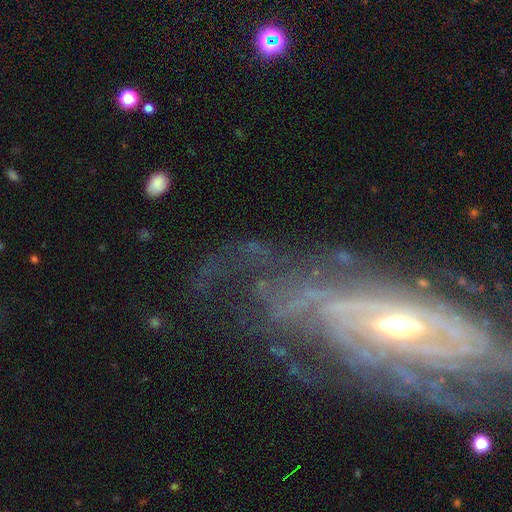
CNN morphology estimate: The model was most divided on "bulge size": moderate: 44%, small: 38%, none: 10%, large: 6%, dominant: 2%. Remaining: edge-on disk — no (88%); smooth or featured — featured or disk (75%); spiral arms — yes (73%); merging — none (49%); bar — no (47%).